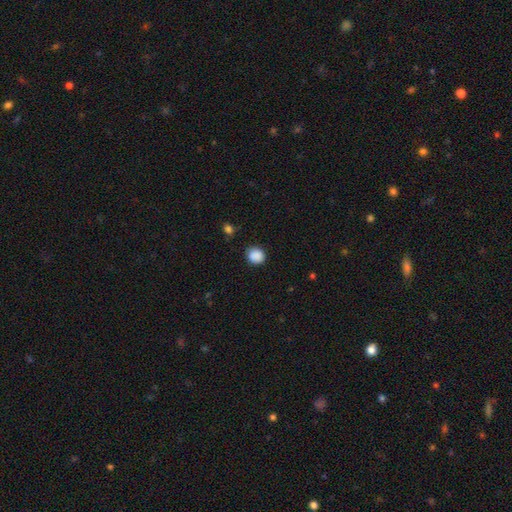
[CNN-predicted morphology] smooth 89%, star or artifact 9%, featured or disk 3%. Down the decision tree: how rounded — round (83%); merging — none (87%).